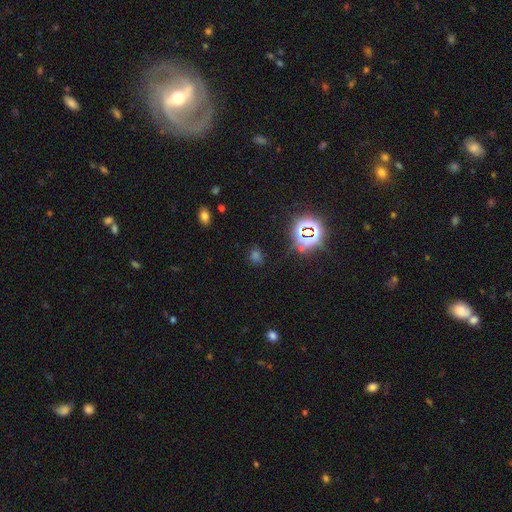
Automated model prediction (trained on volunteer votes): smooth-or-featured: star or artifact: 52% | smooth: 40% | featured or disk: 7%